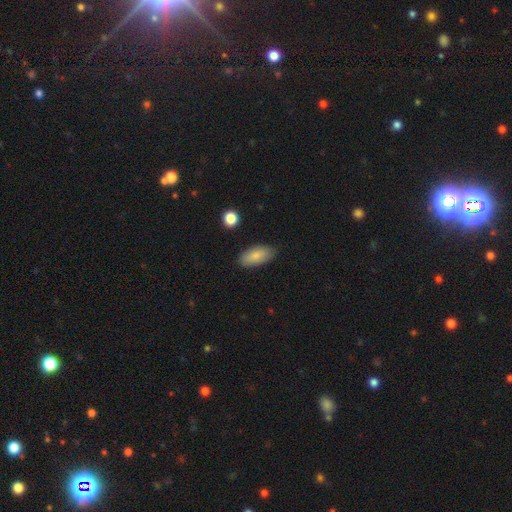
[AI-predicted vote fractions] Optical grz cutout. It shows a smooth galaxy with no disk features (82%) that is in between round and cigar-shaped (91%). Merging: none (81%).